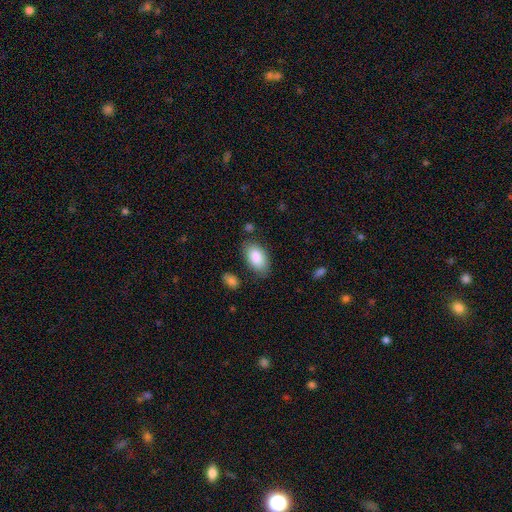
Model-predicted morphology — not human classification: A smooth galaxy with no disk features (87%) that is in between round and cigar-shaped (95%). Merging: none (78%).